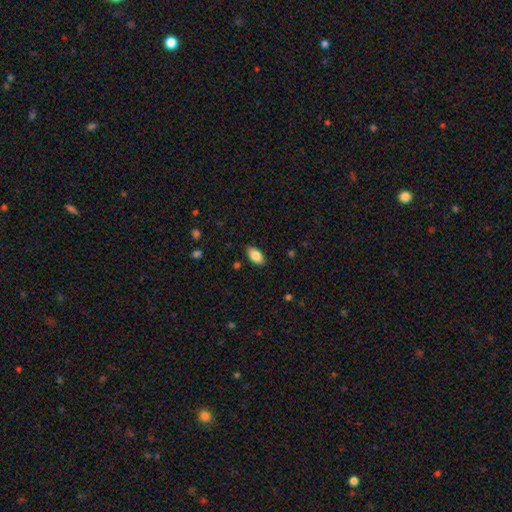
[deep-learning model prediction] Smooth or featured? Predicted: smooth (p=0.85). How rounded? Predicted: in between (p=0.93). Merging? Predicted: none (p=0.86).